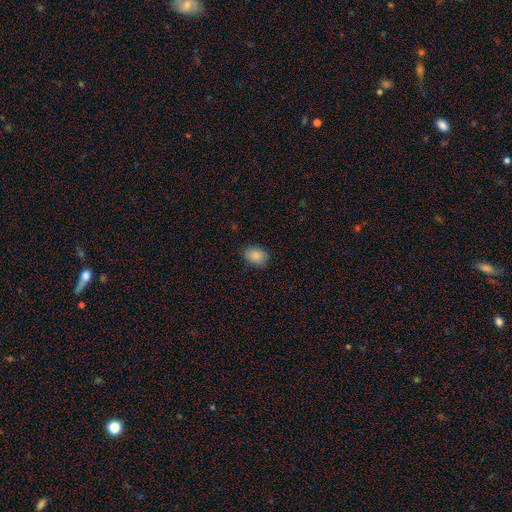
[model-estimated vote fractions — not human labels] Overall: smooth (87%). How rounded: in between (73%). Merging: none (84%).